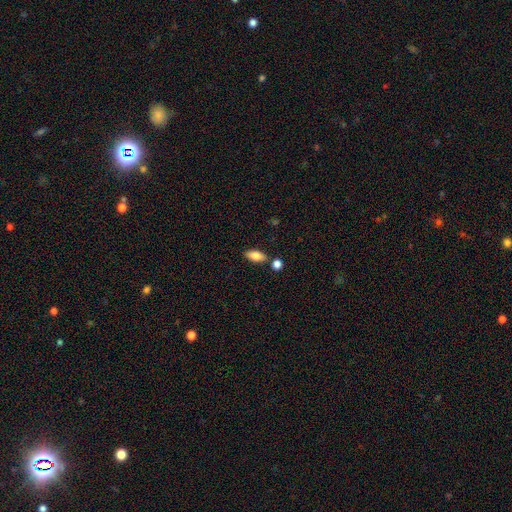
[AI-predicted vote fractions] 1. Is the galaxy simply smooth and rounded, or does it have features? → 78% smooth, 15% featured or disk, 7% star or artifact.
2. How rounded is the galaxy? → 83% in between, 14% cigar-shaped, 3% round.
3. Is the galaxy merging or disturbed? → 79% none, 10% minor disturbance, 9% merger, 2% major disturbance.